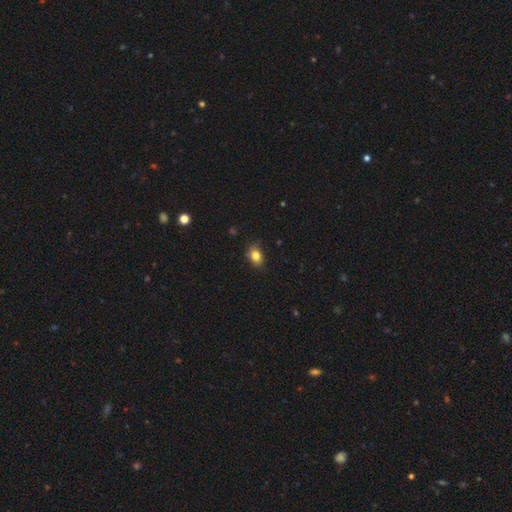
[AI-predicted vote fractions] smooth-or-featured: smooth: 83% | star or artifact: 10% | featured or disk: 7%
  how-rounded: in between: 73% | round: 26% | cigar-shaped: 2%
  merging: none: 80% | minor disturbance: 16% | major disturbance: 3% | merger: 1%